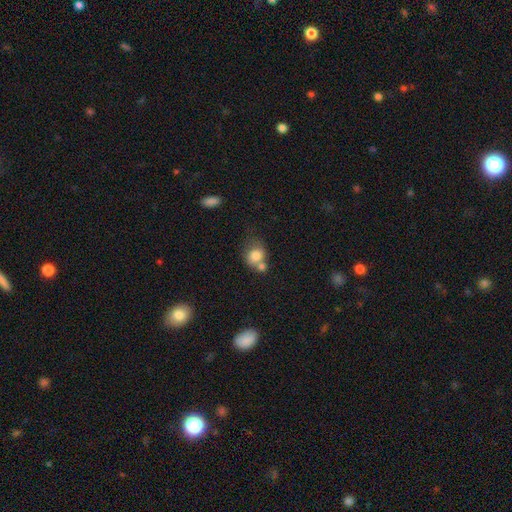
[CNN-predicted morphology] smooth-or-featured: smooth: 79% | featured or disk: 11% | star or artifact: 10%
  how-rounded: round: 64% | in between: 35% | cigar-shaped: 1%
  merging: merger: 42% | none: 37% | minor disturbance: 15% | major disturbance: 7%